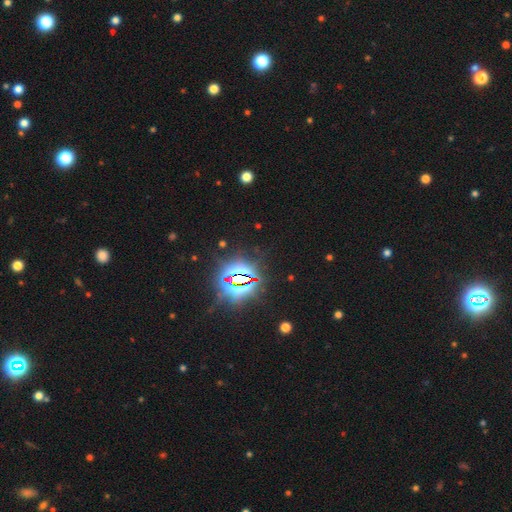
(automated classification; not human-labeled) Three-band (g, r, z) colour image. It shows a star or artifact, not a galaxy (83%).